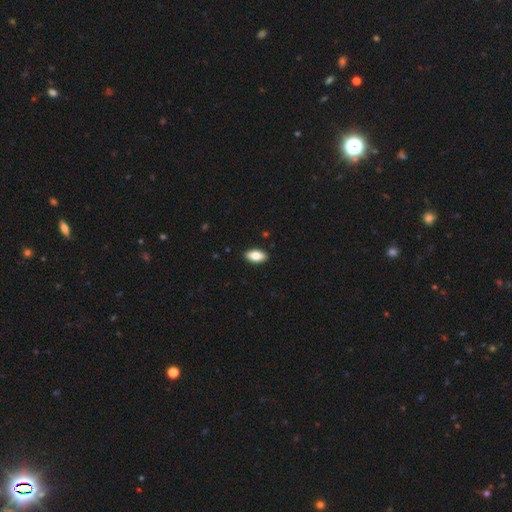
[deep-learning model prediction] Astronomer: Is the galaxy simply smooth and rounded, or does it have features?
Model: smooth — 81%.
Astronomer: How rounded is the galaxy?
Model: in between — 91%.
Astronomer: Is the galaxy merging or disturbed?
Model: none — 91%.